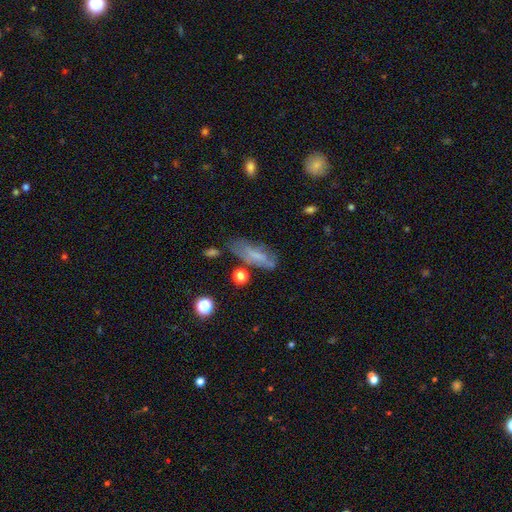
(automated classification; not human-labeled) A smooth galaxy with no disk features (58%) that is in between round and cigar-shaped (56%). Merging: none (54%).